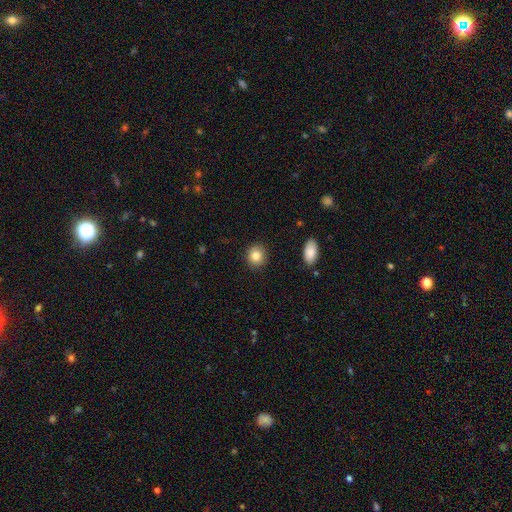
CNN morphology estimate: smooth_or_featured: smooth (p=0.84) [alt: star or artifact p=0.09]
how_rounded: round (p=0.81) [alt: in between p=0.17]
merging: none (p=0.90) [alt: minor disturbance p=0.07]